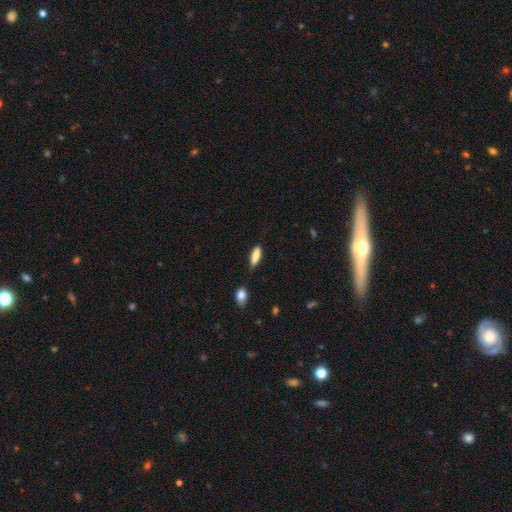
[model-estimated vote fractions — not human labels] Morphology: type=smooth (83%); roundness=in between (52%); merging=none (69%).